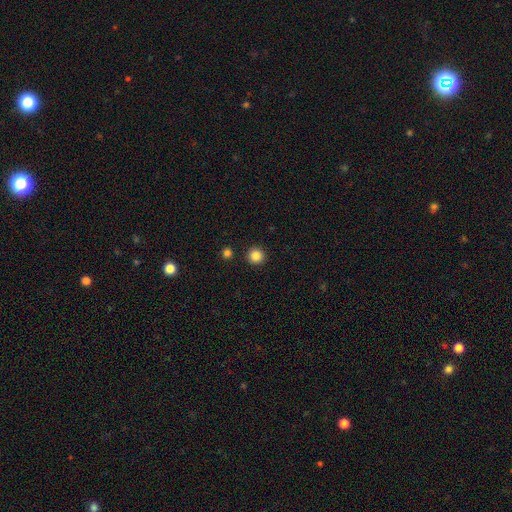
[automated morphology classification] This is clearly a smooth galaxy (86%). How rounded: clearly round (95%). Merging: clearly none (91%).